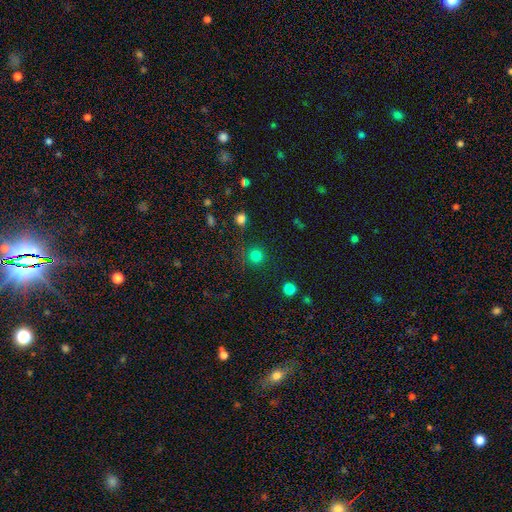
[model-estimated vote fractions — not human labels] smooth-or-featured: smooth: 78% | star or artifact: 17% | featured or disk: 5%
  how-rounded: round: 94% | in between: 5% | cigar-shaped: 1%
  merging: none: 86% | minor disturbance: 8% | major disturbance: 4% | merger: 3%